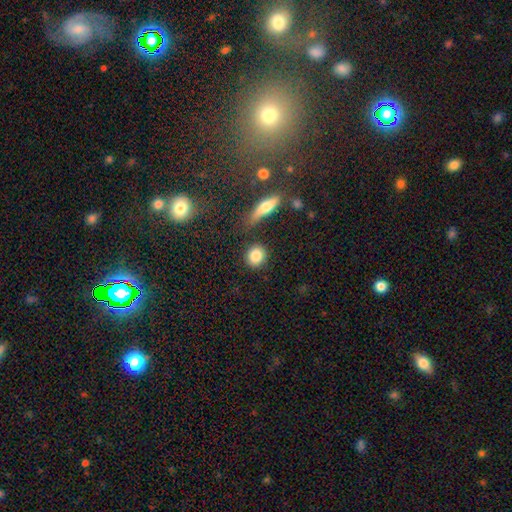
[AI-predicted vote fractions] A smooth galaxy with no disk features (85%) that is round (74%). Merging: none (81%).